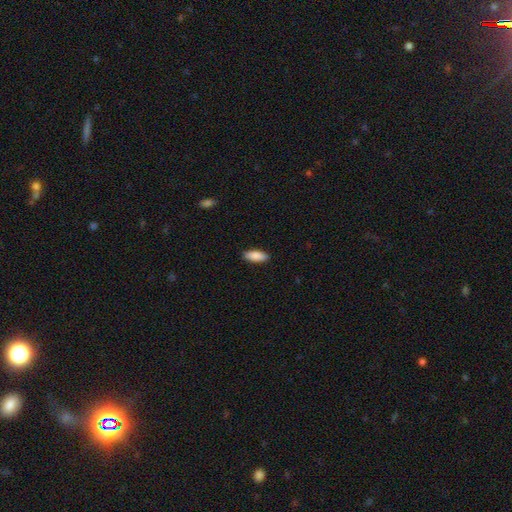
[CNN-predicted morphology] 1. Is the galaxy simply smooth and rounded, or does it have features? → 89% smooth, 6% featured or disk, 6% star or artifact.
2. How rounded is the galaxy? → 75% in between, 24% cigar-shaped, 2% round.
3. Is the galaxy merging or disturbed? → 90% none, 8% minor disturbance, 2% major disturbance, 1% merger.